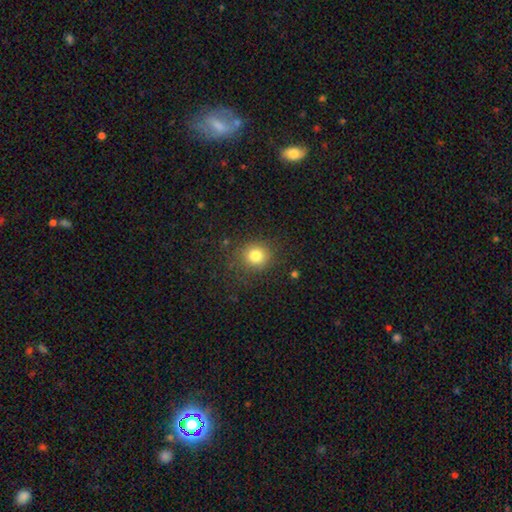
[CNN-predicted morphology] smooth-or-featured: smooth: 80% | star or artifact: 13% | featured or disk: 7%
  how-rounded: round: 85% | in between: 14% | cigar-shaped: 1%
  merging: none: 84% | minor disturbance: 10% | major disturbance: 5% | merger: 1%